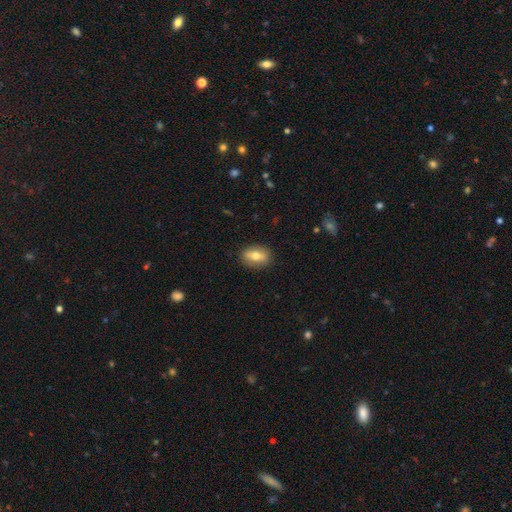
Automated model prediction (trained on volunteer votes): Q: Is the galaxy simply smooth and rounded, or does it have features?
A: smooth — 66%.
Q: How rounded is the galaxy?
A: in between — 78%.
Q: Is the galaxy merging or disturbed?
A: none — 87%.